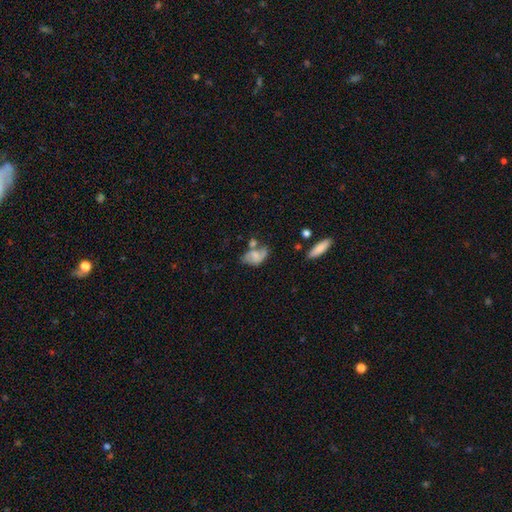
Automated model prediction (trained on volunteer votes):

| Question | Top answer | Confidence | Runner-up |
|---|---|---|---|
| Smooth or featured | smooth | 50% | featured or disk (40%) |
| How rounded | in between | 85% | round (12%) |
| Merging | none | 34% | merger (26%) |